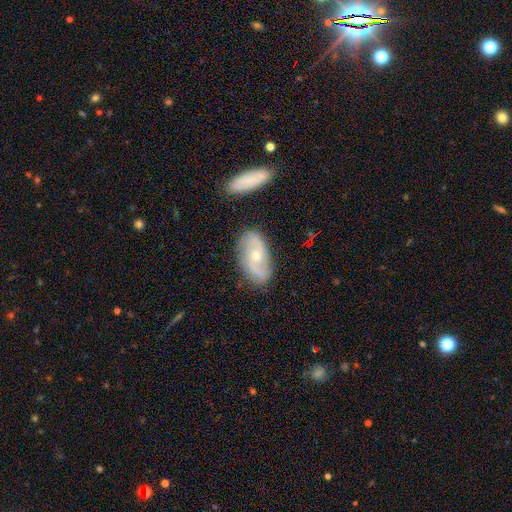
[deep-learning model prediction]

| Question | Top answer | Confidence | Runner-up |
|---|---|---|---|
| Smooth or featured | featured or disk | 72% | smooth (22%) |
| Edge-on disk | no | 94% | yes (6%) |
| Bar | no | 68% | weak (26%) |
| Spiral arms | yes | 87% | no (13%) |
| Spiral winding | medium | 40% | loose (38%) |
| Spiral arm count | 2 | 80% | can't tell (11%) |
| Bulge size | small | 55% | moderate (42%) |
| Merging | none | 77% | minor disturbance (15%) |